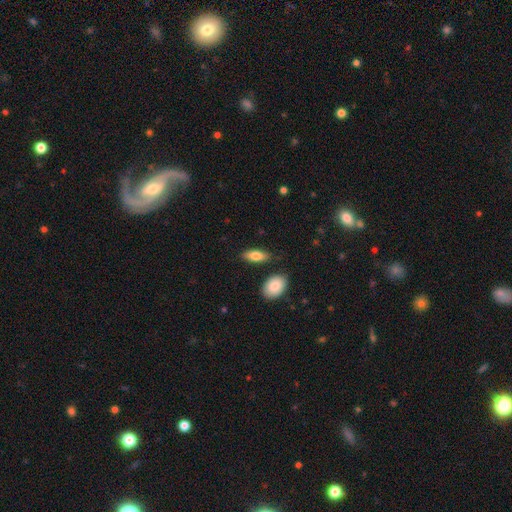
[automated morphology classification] Smooth or featured? Predicted: smooth (p=0.79). How rounded? Predicted: in between (p=0.80). Merging? Predicted: none (p=0.81).